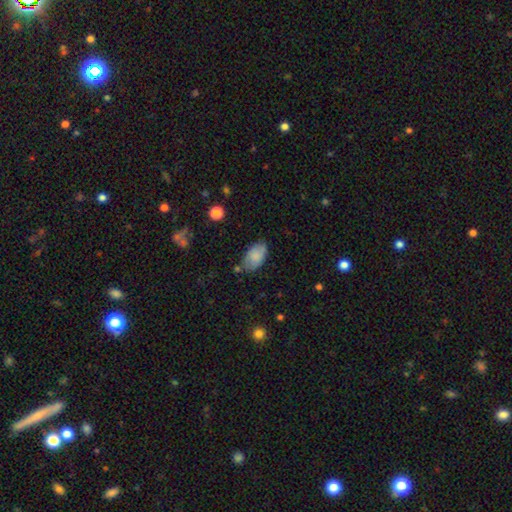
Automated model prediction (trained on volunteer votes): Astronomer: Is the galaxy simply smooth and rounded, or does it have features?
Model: smooth — 82%.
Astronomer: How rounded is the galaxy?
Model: in between — 94%.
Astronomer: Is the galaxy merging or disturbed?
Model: none — 73%.